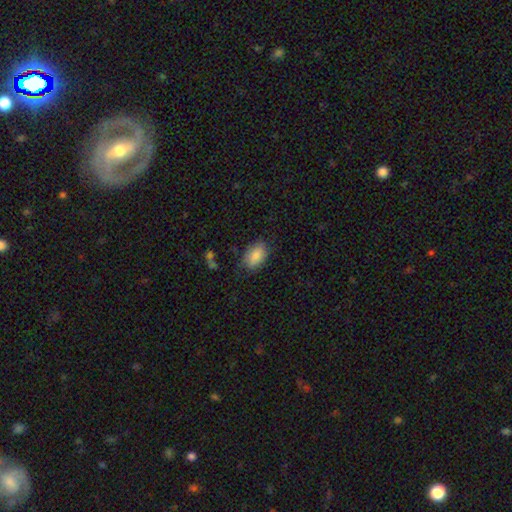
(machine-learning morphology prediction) smooth-or-featured: smooth: 86% | star or artifact: 7% | featured or disk: 6%
  how-rounded: in between: 91% | round: 8% | cigar-shaped: 2%
  merging: none: 74% | minor disturbance: 19% | major disturbance: 5% | merger: 2%